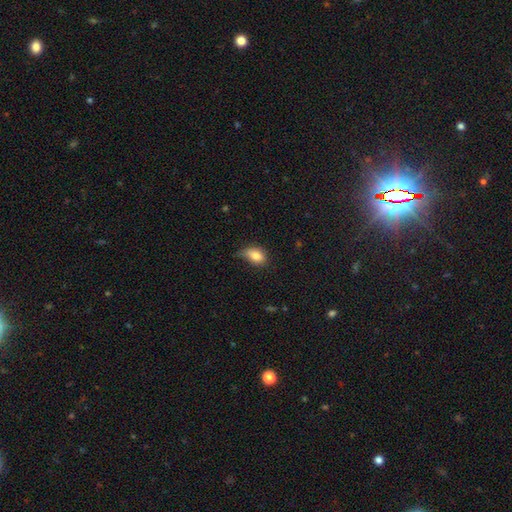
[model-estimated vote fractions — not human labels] Smooth or featured: smooth — 82% (featured or disk — 9%)
How rounded: in between — 83% (round — 15%)
Merging: none — 45% (minor disturbance — 40%)